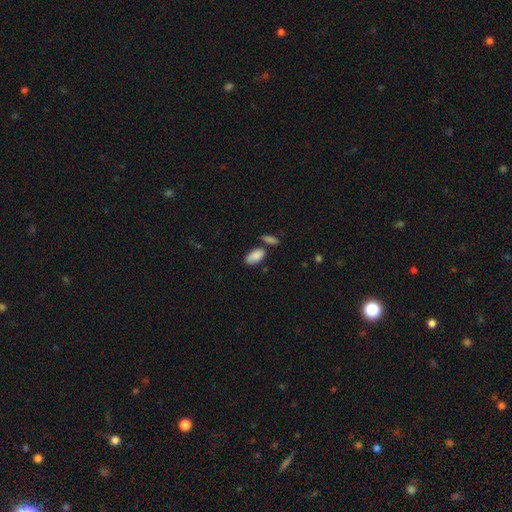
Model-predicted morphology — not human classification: The model was most divided on "merging": none: 66%, minor disturbance: 16%, merger: 14%, major disturbance: 4%. More confident: how rounded — in between (93%); smooth or featured — smooth (87%).